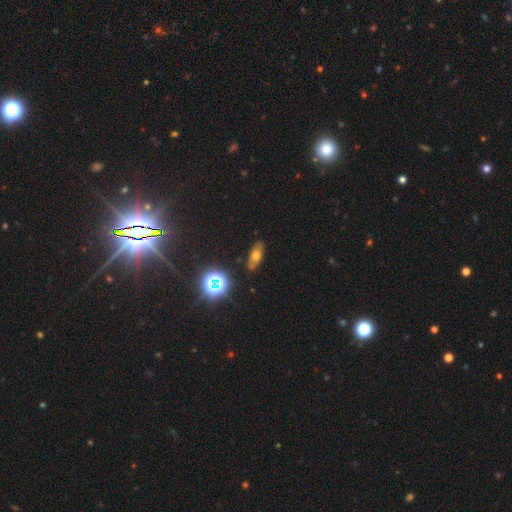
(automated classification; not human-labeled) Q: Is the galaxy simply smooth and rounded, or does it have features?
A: smooth — 53%.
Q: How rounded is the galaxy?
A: in between — 73%.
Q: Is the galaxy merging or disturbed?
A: none — 81%.